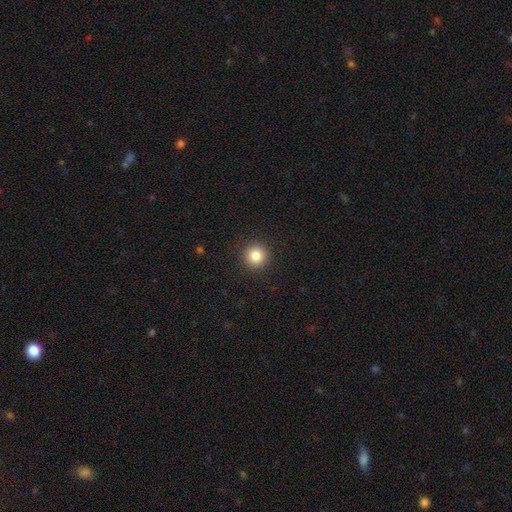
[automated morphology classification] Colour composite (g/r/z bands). It shows a smooth galaxy with no disk features (84%) that is round (95%). Merging: none (92%).